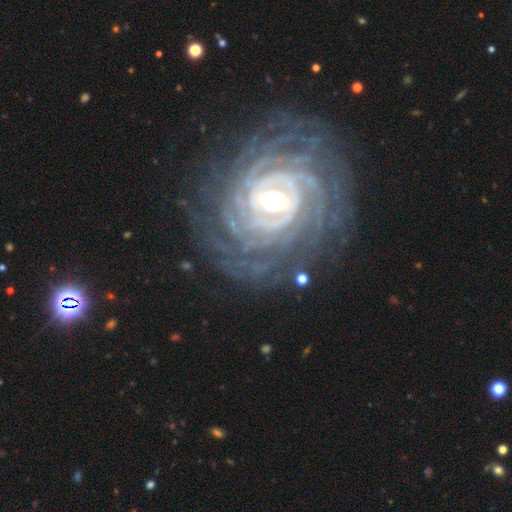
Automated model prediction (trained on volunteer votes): smooth_or_featured: featured or disk (p=0.90) [alt: star or artifact p=0.06]
disk_edge_on: no (p=0.97) [alt: yes p=0.03]
bar: strong (p=0.50) [alt: weak p=0.36]
has_spiral_arms: yes (p=0.98) [alt: no p=0.02]
spiral_winding: tight (p=0.85) [alt: medium p=0.13]
spiral_arm_count: more than 4 (p=0.23) [alt: 4 p=0.21]
bulge_size: moderate (p=0.53) [alt: small p=0.40]
merging: none (p=0.82) [alt: minor disturbance p=0.12]